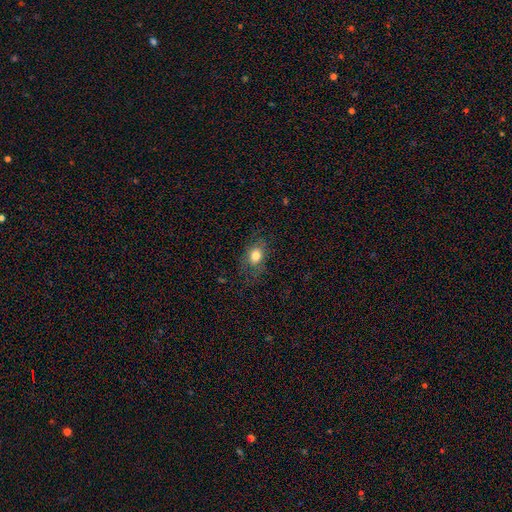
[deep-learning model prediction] smooth-or-featured: smooth: 77% | featured or disk: 13% | star or artifact: 10%
  how-rounded: in between: 66% | round: 32% | cigar-shaped: 2%
  merging: none: 72% | minor disturbance: 18% | major disturbance: 8% | merger: 1%